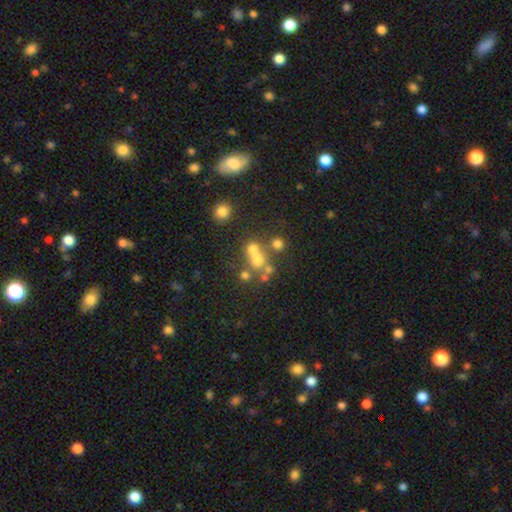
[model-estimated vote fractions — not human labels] smooth-or-featured: smooth: 54% | star or artifact: 23% | featured or disk: 23%
  how-rounded: round: 58% | in between: 39% | cigar-shaped: 3%
  merging: merger: 40% | none: 37% | minor disturbance: 12% | major disturbance: 11%